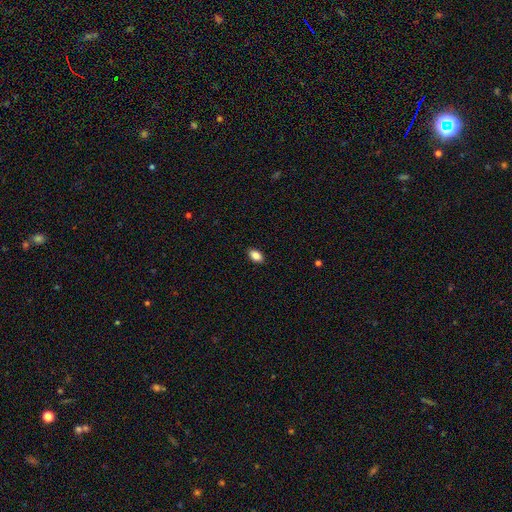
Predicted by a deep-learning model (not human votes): Q: Smooth or featured?
A: smooth (87%); runner-up: star or artifact (8%)
Q: How rounded?
A: in between (89%); runner-up: round (9%)
Q: Merging?
A: none (89%); runner-up: minor disturbance (8%)